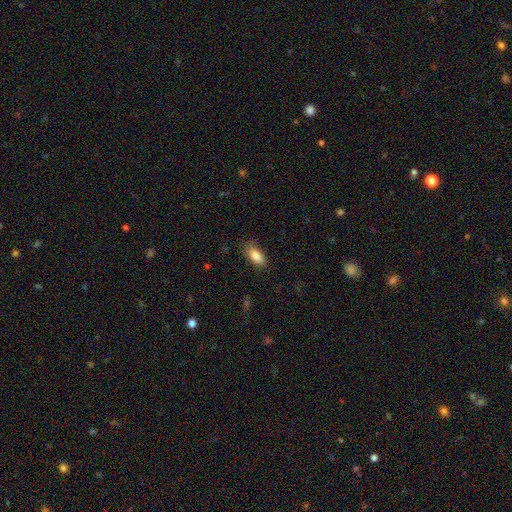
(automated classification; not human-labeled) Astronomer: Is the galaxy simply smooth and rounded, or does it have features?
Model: smooth — 85%.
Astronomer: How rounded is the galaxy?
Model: in between — 86%.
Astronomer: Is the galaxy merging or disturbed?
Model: none — 75%.